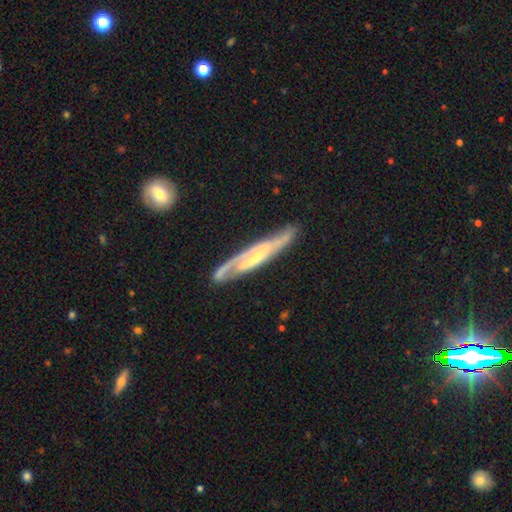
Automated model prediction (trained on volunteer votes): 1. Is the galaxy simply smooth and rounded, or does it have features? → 83% featured or disk, 12% smooth, 5% star or artifact.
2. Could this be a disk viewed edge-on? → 60% no, 40% yes.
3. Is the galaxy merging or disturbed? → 76% none, 16% minor disturbance, 5% major disturbance, 2% merger.